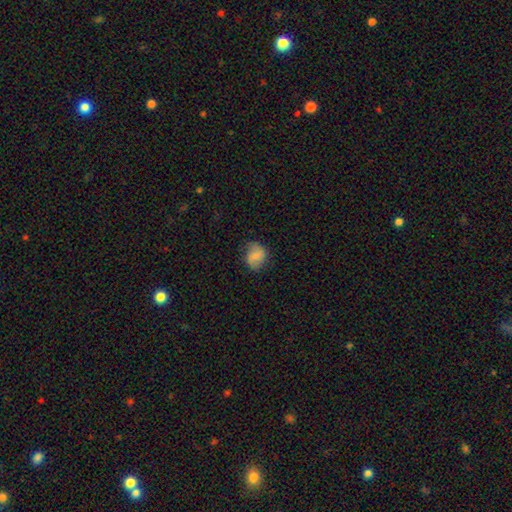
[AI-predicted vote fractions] Morphology: type=smooth (71%); roundness=round (56%); merging=none (70%).